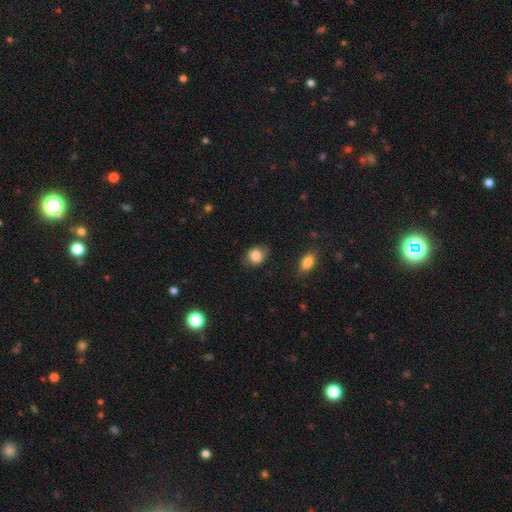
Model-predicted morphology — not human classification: A smooth galaxy with no disk features (85%) that is round (66%).

Vote fractions:
- Smooth or featured? smooth: 85% / star or artifact: 8% / featured or disk: 7%
- How rounded? round: 66% / in between: 33% / cigar-shaped: 1%
- Merging? none: 76% / minor disturbance: 18% / major disturbance: 4% / merger: 2%